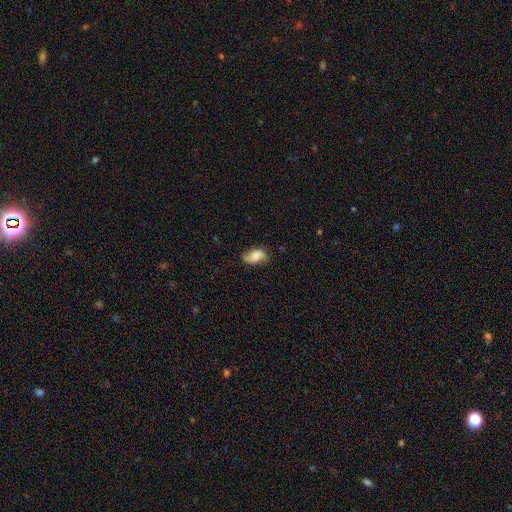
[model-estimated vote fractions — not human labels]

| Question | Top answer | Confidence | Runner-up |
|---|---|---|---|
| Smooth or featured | smooth | 68% | featured or disk (23%) |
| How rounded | in between | 91% | round (7%) |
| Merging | none | 63% | minor disturbance (28%) |